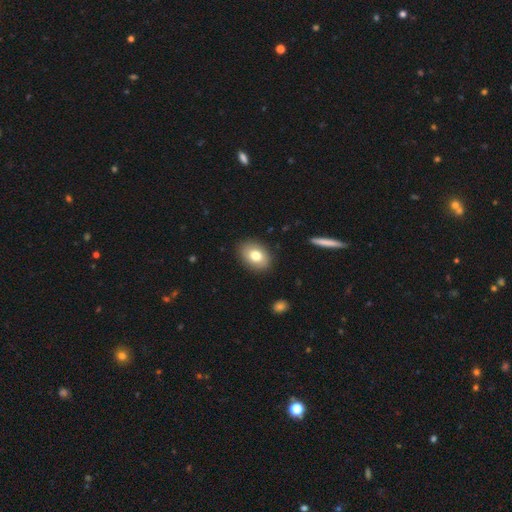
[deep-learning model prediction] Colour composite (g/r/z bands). It shows a smooth galaxy with no disk features (77%) that is in between round and cigar-shaped (76%). Merging: none (88%).